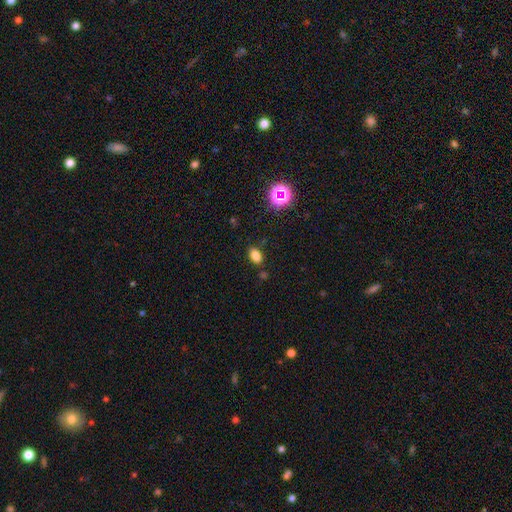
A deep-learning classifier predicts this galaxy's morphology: smooth_or_featured: smooth (p=0.78) [alt: star or artifact p=0.16]
how_rounded: in between (p=0.88) [alt: round p=0.10]
merging: none (p=0.83) [alt: minor disturbance p=0.11]